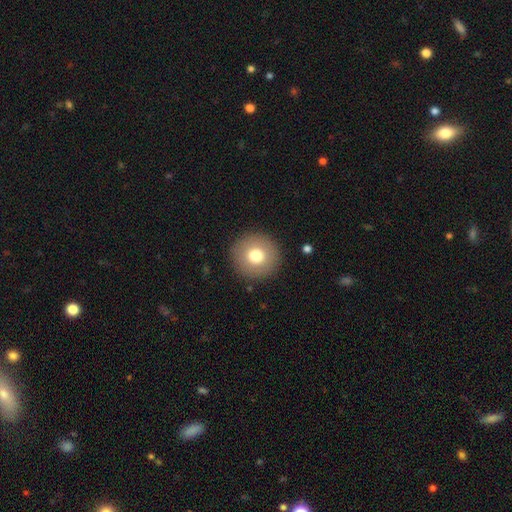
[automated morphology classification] This appears to be a smooth galaxy with no disk features (74%) that is round (95%). Merging: none (91%).